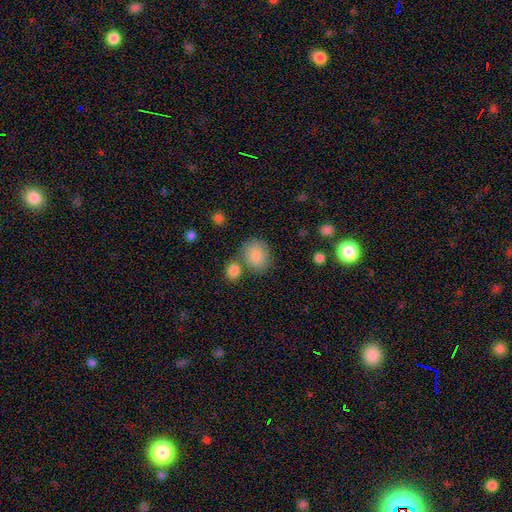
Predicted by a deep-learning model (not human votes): A smooth galaxy with no disk features (86%) that is round (69%). Merging: none (67%).